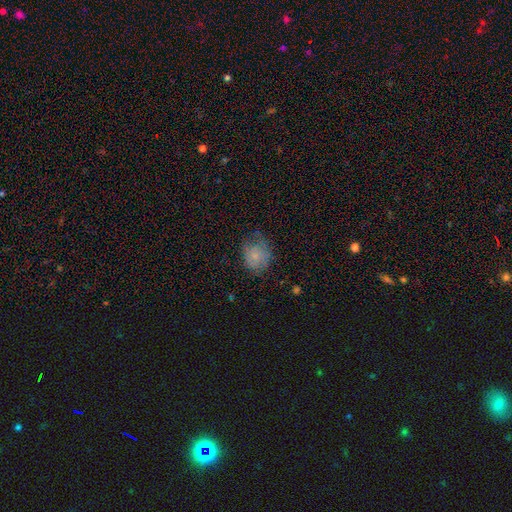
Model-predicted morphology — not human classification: Q: Smooth or featured?
A: smooth (70%); runner-up: featured or disk (21%)
Q: How rounded?
A: round (64%); runner-up: in between (35%)
Q: Merging?
A: none (54%); runner-up: minor disturbance (31%)